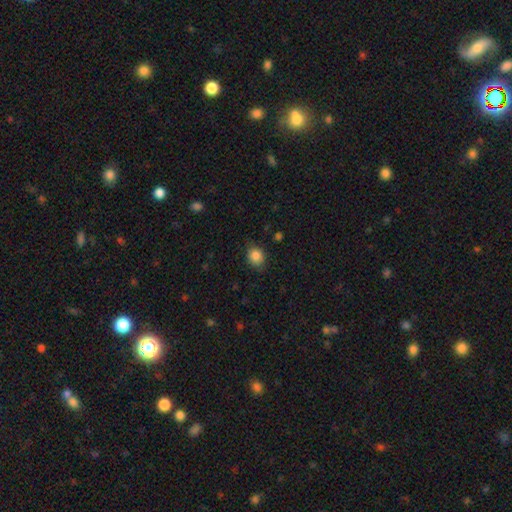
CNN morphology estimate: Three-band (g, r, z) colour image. It shows a smooth galaxy with no disk features (86%) that is round (60%). Merging: none (79%).